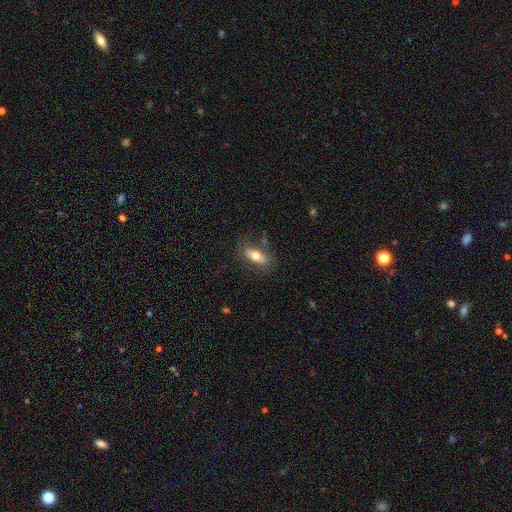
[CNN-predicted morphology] Smooth or featured? smooth (62%)
How rounded? in between (76%)
Merging? none (73%)